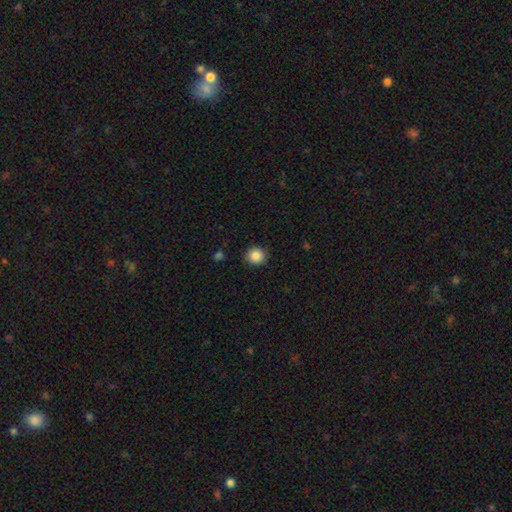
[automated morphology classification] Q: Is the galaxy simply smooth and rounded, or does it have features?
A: smooth — 86%.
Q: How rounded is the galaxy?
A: round — 90%.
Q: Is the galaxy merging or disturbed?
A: none — 91%.